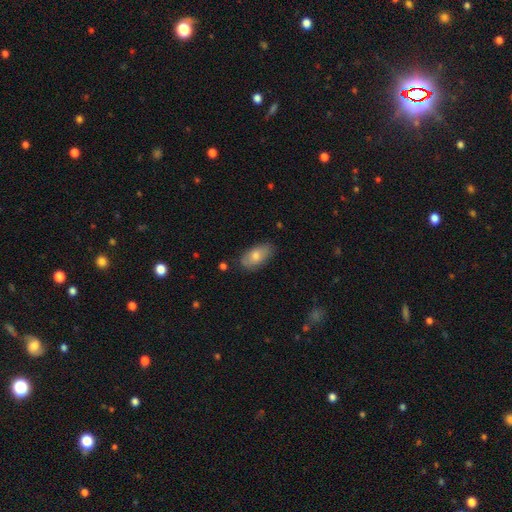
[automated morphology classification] This is likely a smooth galaxy (73%). How rounded: clearly in between (92%). Merging: clearly none (81%).